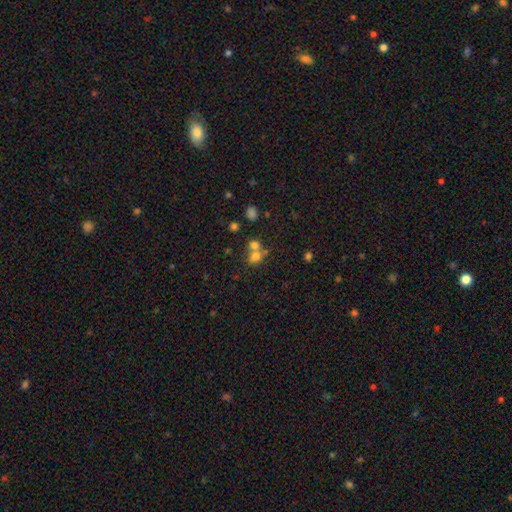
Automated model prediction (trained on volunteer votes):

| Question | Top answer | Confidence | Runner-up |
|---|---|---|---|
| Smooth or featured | smooth | 71% | star or artifact (15%) |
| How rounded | round | 58% | in between (40%) |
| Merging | merger | 55% | none (33%) |